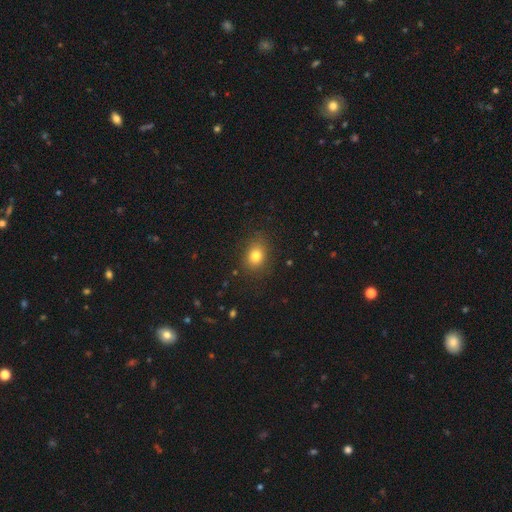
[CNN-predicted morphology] smooth_or_featured: smooth (p=0.80) [alt: star or artifact p=0.12]
how_rounded: in between (p=0.52) [alt: round p=0.47]
merging: none (p=0.84) [alt: minor disturbance p=0.11]